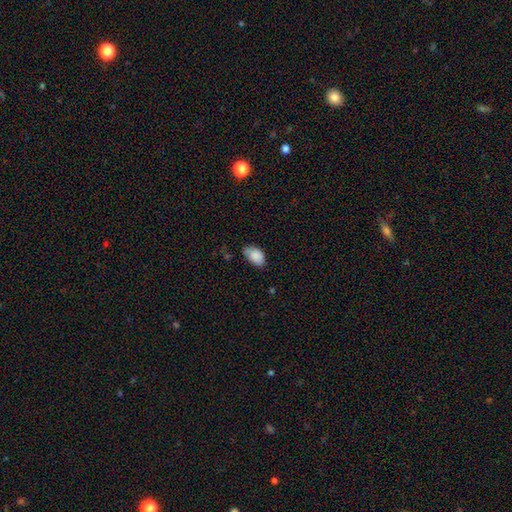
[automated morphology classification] smooth 85%, star or artifact 7%, featured or disk 7%. Down the decision tree: how rounded — in between (91%); merging — none (58%).